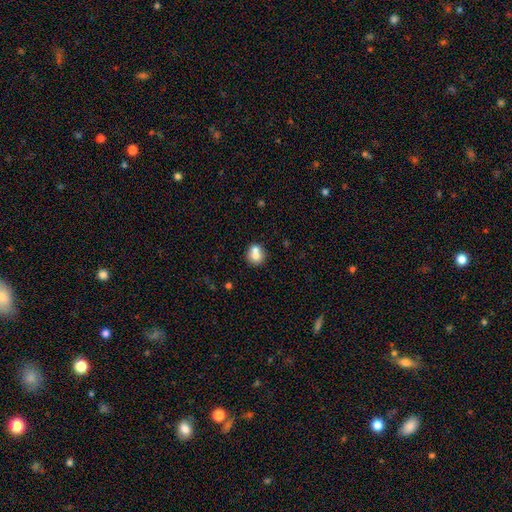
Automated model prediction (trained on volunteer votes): Morphology: type=smooth (71%); roundness=round (81%); merging=merger (48%).